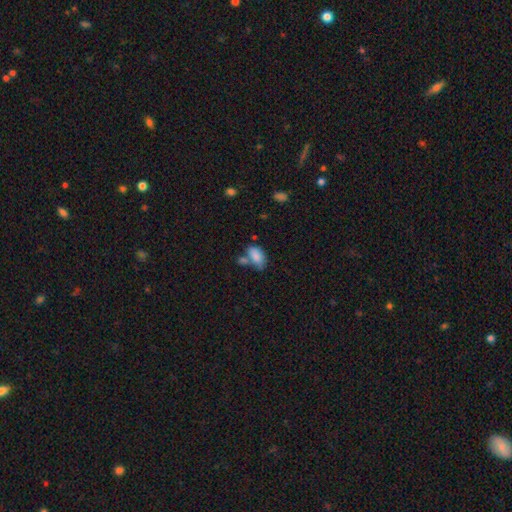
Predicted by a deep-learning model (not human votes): Smooth or featured: smooth — 84% (featured or disk — 8%)
How rounded: in between — 92% (round — 5%)
Merging: none — 42% (merger — 32%)